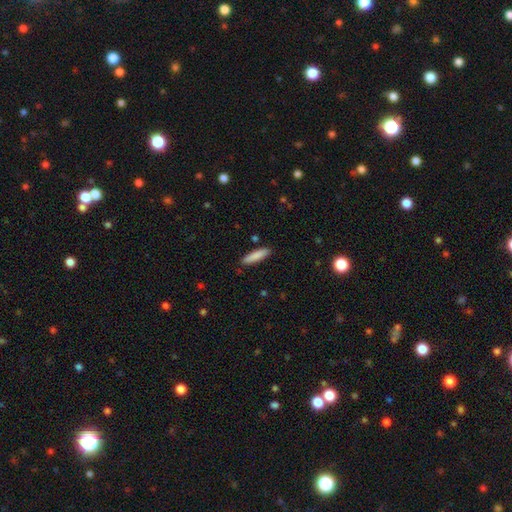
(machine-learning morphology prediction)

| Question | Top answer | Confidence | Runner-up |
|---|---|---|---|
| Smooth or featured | smooth | 85% | featured or disk (9%) |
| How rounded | cigar-shaped | 79% | in between (20%) |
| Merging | none | 88% | minor disturbance (8%) |